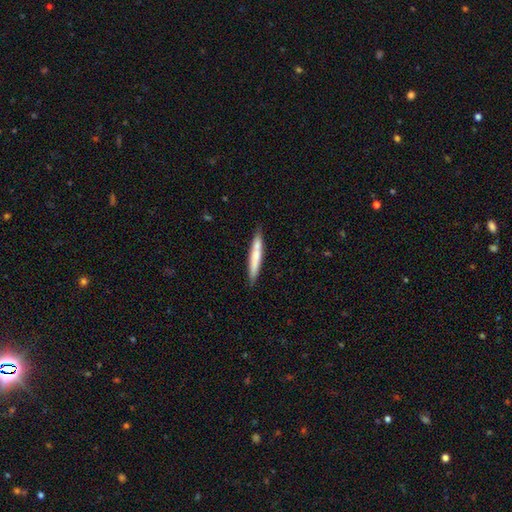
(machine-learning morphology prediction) Smooth or featured?
  - smooth: 65% *
  - featured or disk: 29%
  - star or artifact: 6%
How rounded?
  - cigar-shaped: 94% *
  - in between: 5%
  - round: 1%
Merging?
  - none: 79% *
  - minor disturbance: 13%
  - merger: 7%
  - major disturbance: 2%